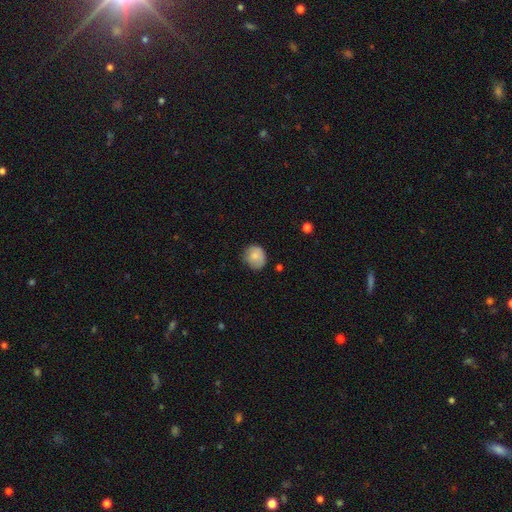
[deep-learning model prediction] Morphology: type=smooth (81%); roundness=round (74%); merging=none (67%).